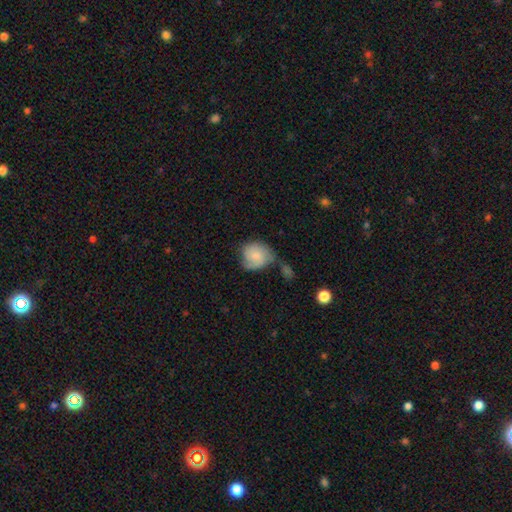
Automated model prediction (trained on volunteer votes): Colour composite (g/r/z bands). It shows a smooth galaxy with no disk features (68%) that is round (73%). Merging: none (37%).